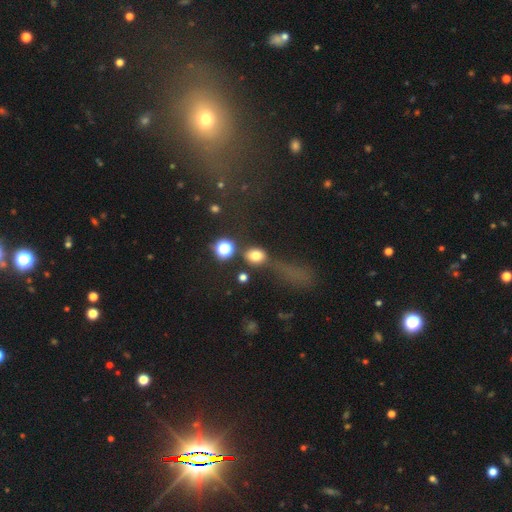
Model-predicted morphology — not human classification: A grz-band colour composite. It shows a smooth galaxy with no disk features (75%) that is round (52%). Merging: none (57%).